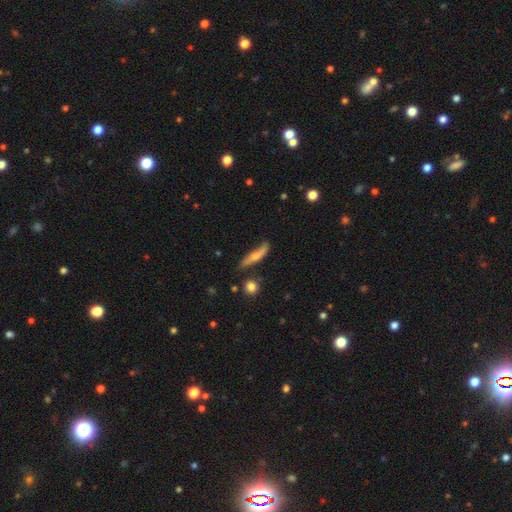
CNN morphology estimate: smooth-or-featured: featured or disk: 49% | smooth: 45% | star or artifact: 7%
  merging: none: 63% | minor disturbance: 25% | major disturbance: 7% | merger: 5%